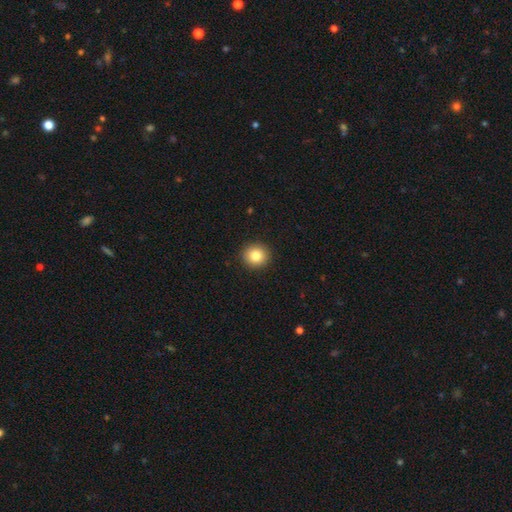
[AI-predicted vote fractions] smooth 83%, star or artifact 10%, featured or disk 7%. Down the decision tree: how rounded — round (91%); merging — none (92%).